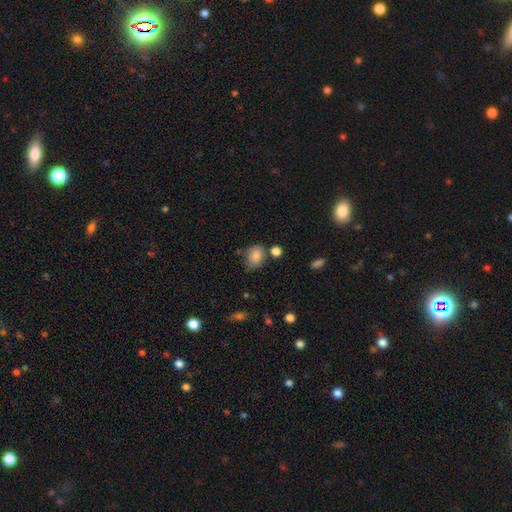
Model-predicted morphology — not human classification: The model was most divided on "merging": none: 58%, minor disturbance: 25%, merger: 10%, major disturbance: 7%. More confident: smooth or featured — smooth (83%); how rounded — in between (67%).